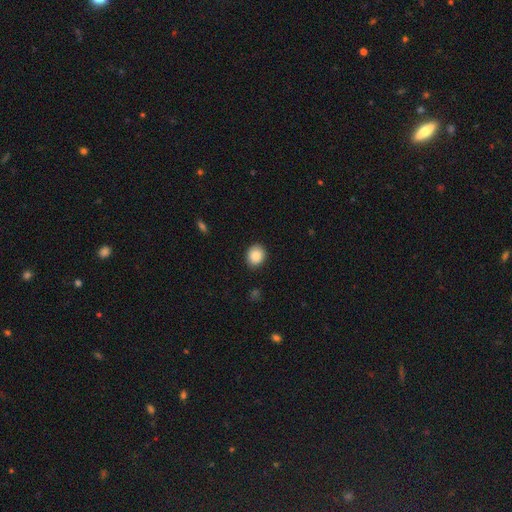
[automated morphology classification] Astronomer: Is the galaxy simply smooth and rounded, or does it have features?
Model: smooth — 88%.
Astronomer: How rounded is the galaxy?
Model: round — 63%.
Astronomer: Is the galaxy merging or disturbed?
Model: none — 88%.